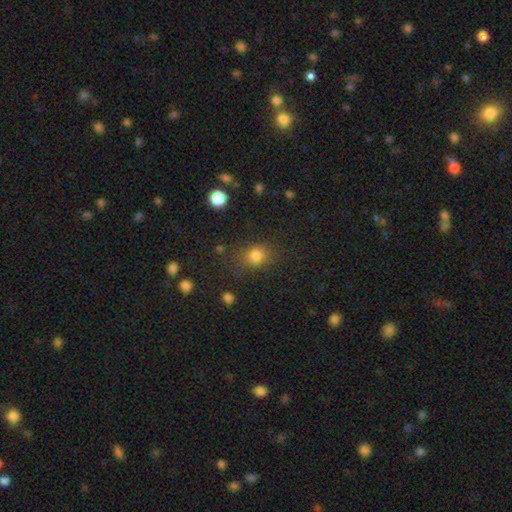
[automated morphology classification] Smooth or featured? smooth (80%)
How rounded? round (59%)
Merging? none (79%)